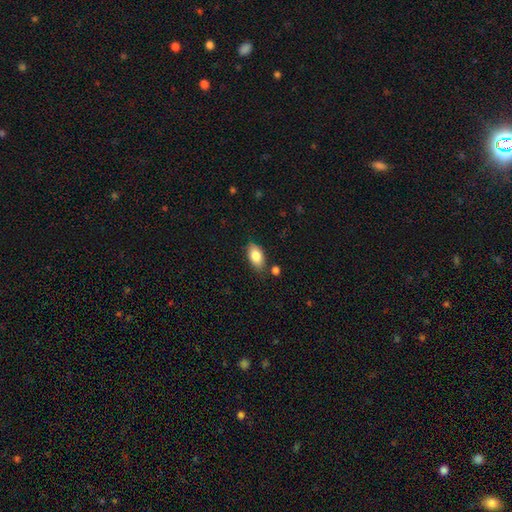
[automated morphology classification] Q: Smooth or featured?
A: smooth (84%); runner-up: featured or disk (9%)
Q: How rounded?
A: in between (92%); runner-up: round (5%)
Q: Merging?
A: none (77%); runner-up: minor disturbance (15%)